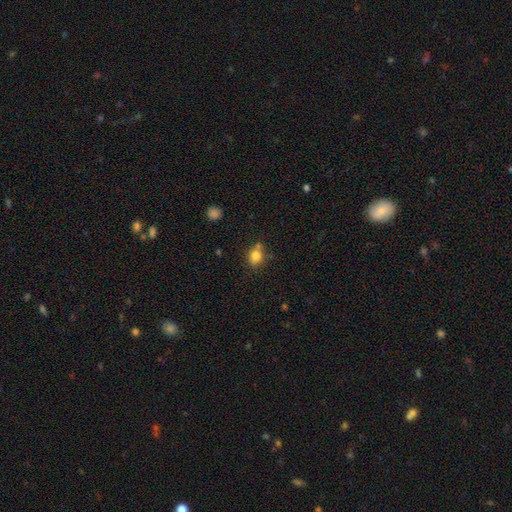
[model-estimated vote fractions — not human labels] smooth_or_featured: smooth (p=0.80) [alt: star or artifact p=0.12]
how_rounded: round (p=0.65) [alt: in between p=0.34]
merging: none (p=0.61) [alt: merger p=0.19]